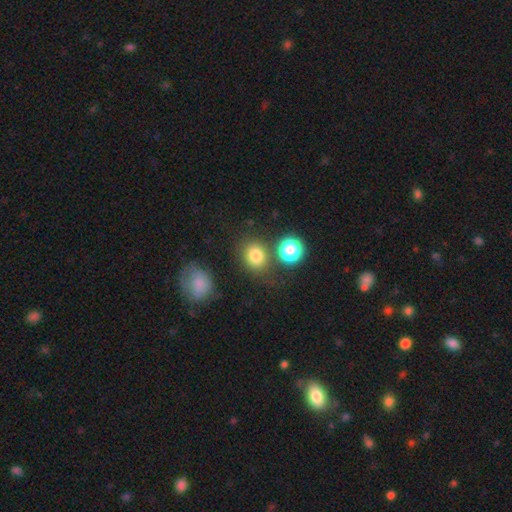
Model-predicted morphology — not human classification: A smooth galaxy with no disk features (80%) that is round (65%). Merging: none (71%).